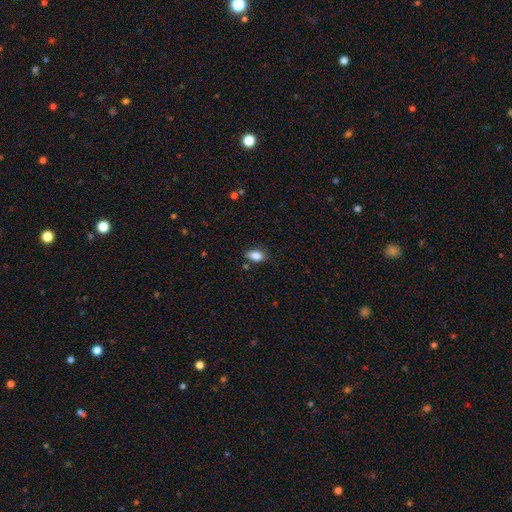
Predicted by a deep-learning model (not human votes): Morphology: type=smooth (86%); roundness=in between (89%); merging=none (74%).